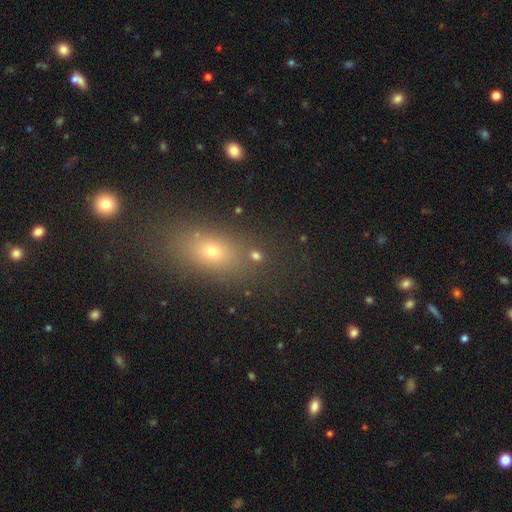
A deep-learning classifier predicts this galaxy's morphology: smooth_or_featured: smooth (p=0.69) [alt: star or artifact p=0.22]
how_rounded: round (p=0.61) [alt: in between p=0.36]
merging: none (p=0.75) [alt: merger p=0.11]